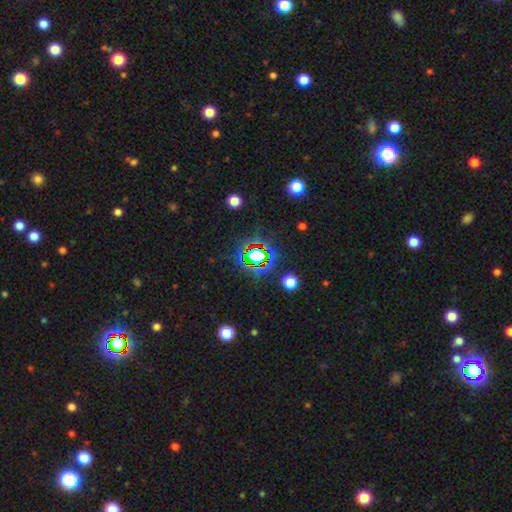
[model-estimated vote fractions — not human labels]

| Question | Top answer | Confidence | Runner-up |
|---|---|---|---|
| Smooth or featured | star or artifact | 69% | smooth (20%) |